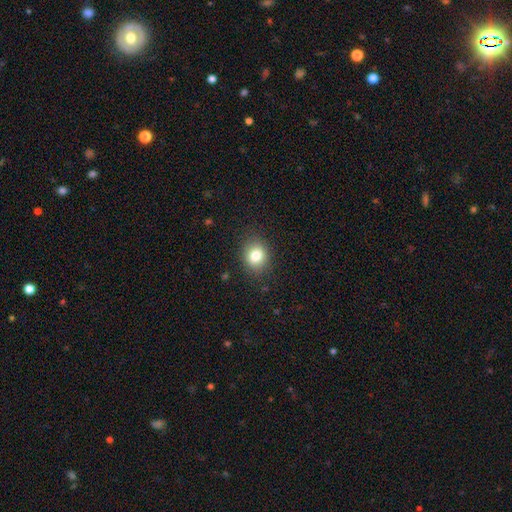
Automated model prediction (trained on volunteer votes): A smooth galaxy with no disk features (81%) that is round (57%).

Vote fractions:
- Smooth or featured? smooth: 81% / star or artifact: 11% / featured or disk: 9%
- How rounded? round: 57% / in between: 42% / cigar-shaped: 1%
- Merging? none: 86% / minor disturbance: 10% / major disturbance: 3% / merger: 1%